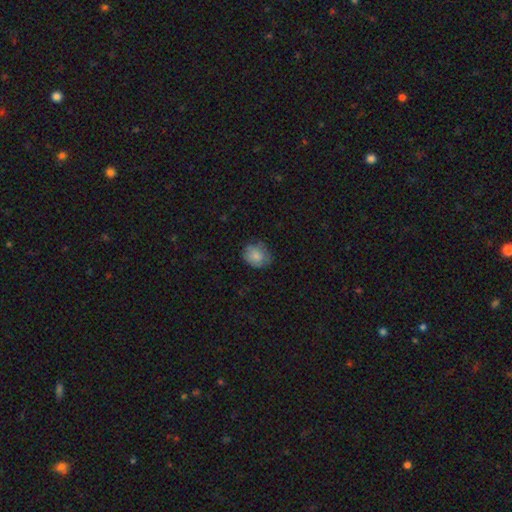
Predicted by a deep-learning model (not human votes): Smooth or featured?
  - smooth: 80% *
  - featured or disk: 12%
  - star or artifact: 8%
How rounded?
  - round: 62% *
  - in between: 37%
  - cigar-shaped: 1%
Merging?
  - none: 69% *
  - minor disturbance: 24%
  - major disturbance: 6%
  - merger: 1%